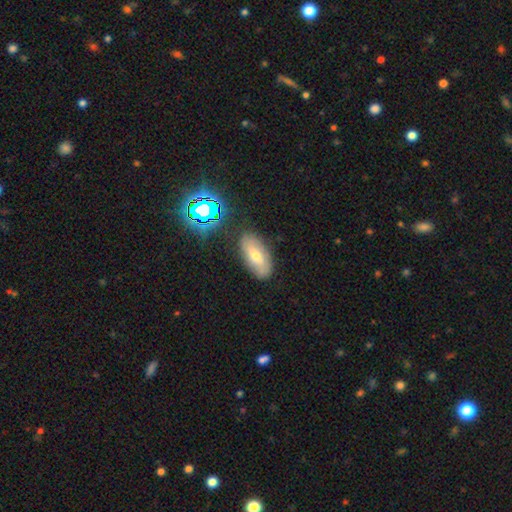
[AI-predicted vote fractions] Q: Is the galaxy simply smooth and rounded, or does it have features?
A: smooth — 54%.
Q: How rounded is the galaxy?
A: in between — 87%.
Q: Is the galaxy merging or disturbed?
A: none — 82%.